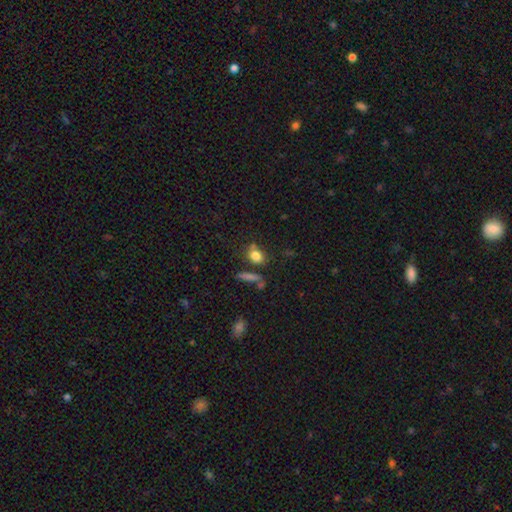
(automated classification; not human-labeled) smooth_or_featured: smooth (p=0.80) [alt: star or artifact p=0.11]
how_rounded: in between (p=0.52) [alt: round p=0.43]
merging: none (p=0.65) [alt: minor disturbance p=0.15]